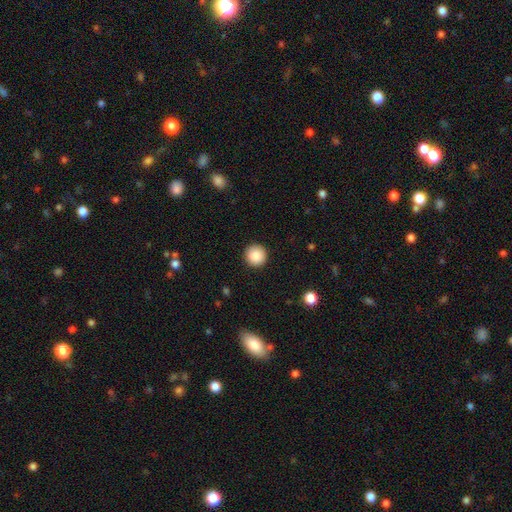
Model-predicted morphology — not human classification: type=smooth (88%); roundness=round (96%); merging=none (92%).